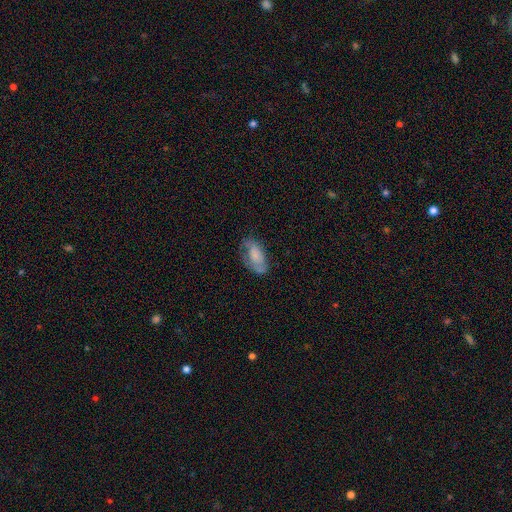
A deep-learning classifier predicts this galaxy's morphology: Q: Smooth or featured?
A: smooth (62%); runner-up: featured or disk (31%)
Q: How rounded?
A: in between (91%); runner-up: cigar-shaped (5%)
Q: Merging?
A: none (55%); runner-up: minor disturbance (29%)